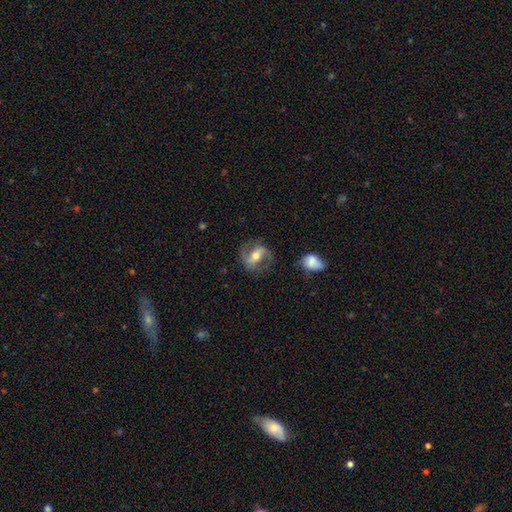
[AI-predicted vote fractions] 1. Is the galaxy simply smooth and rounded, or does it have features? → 79% featured or disk, 15% smooth, 6% star or artifact.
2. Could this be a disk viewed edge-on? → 95% no, 5% yes.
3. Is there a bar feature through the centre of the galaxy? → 50% strong, 31% weak, 19% no.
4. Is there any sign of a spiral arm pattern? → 91% yes, 9% no.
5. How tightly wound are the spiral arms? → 47% medium, 35% loose, 18% tight.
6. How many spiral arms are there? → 90% 2, 4% can't tell, 3% 1, 1% 3, 1% 4, 1% more than 4.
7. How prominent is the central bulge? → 69% moderate, 23% small, 6% large, 1% none, 1% dominant.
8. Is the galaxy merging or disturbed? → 76% none, 15% minor disturbance, 7% major disturbance, 2% merger.